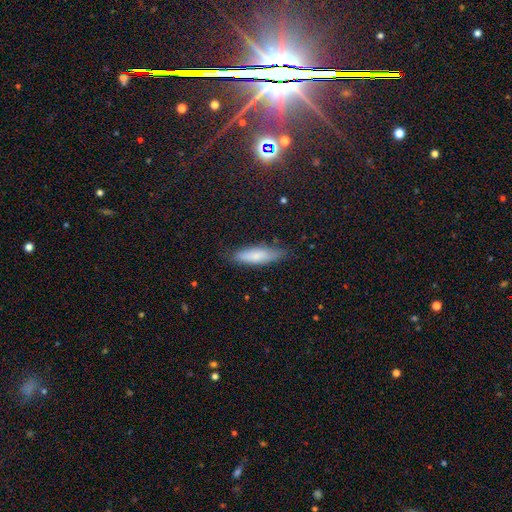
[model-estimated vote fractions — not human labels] Smooth or featured? Predicted: smooth (p=0.78). How rounded? Predicted: cigar-shaped (p=0.57). Merging? Predicted: none (p=0.78).